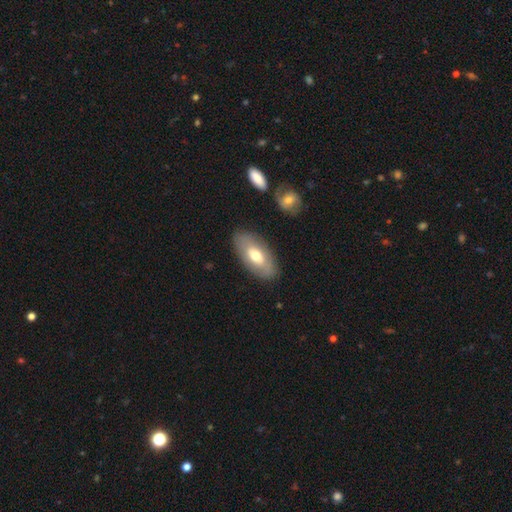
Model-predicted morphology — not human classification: Smooth or featured?
  - smooth: 58% *
  - featured or disk: 37%
  - star or artifact: 6%
How rounded?
  - in between: 92% *
  - cigar-shaped: 5%
  - round: 3%
Merging?
  - none: 84% *
  - minor disturbance: 11%
  - major disturbance: 3%
  - merger: 2%